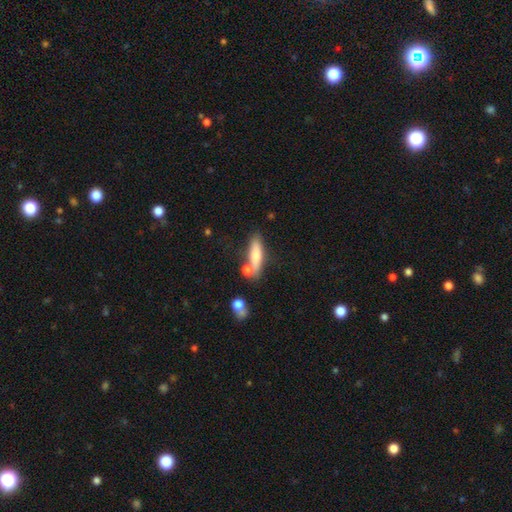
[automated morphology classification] smooth_or_featured: smooth (p=0.72) [alt: featured or disk p=0.21]
how_rounded: cigar-shaped (p=0.63) [alt: in between p=0.34]
merging: none (p=0.64) [alt: merger p=0.16]